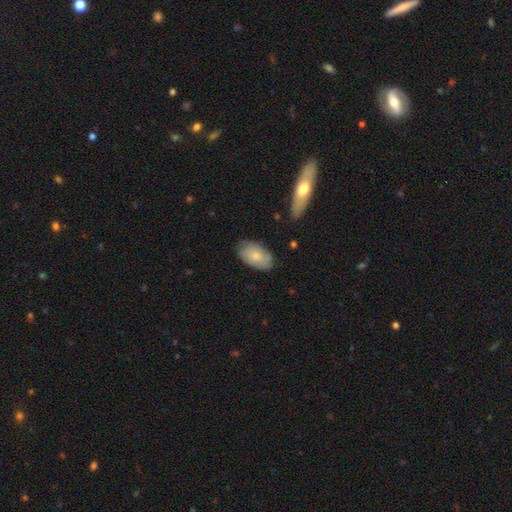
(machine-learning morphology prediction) Smooth or featured? smooth (68%)
How rounded? in between (94%)
Merging? none (76%)